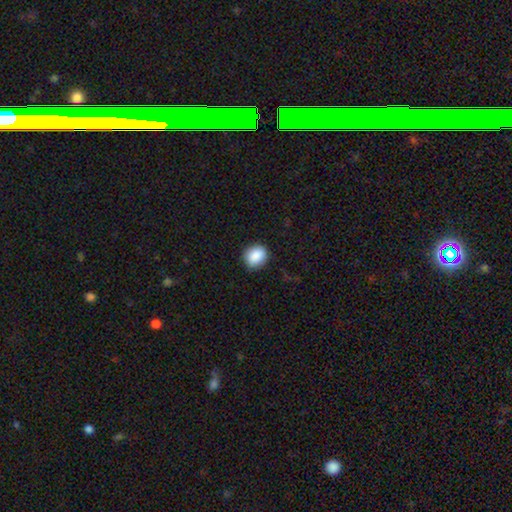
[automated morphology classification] A smooth galaxy with no disk features (89%) that is round (66%).

Vote fractions:
- Smooth or featured? smooth: 89% / star or artifact: 8% / featured or disk: 4%
- How rounded? round: 66% / in between: 33% / cigar-shaped: 1%
- Merging? none: 85% / minor disturbance: 11% / major disturbance: 2% / merger: 1%